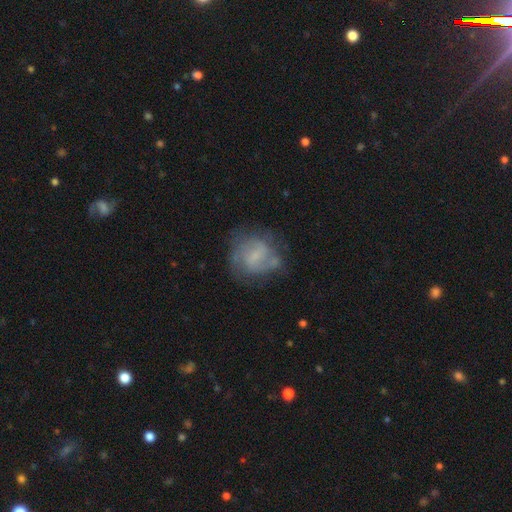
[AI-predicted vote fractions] smooth-or-featured: featured or disk: 58% | smooth: 33% | star or artifact: 9%
  disk-edge-on: no: 97% | yes: 3%
    bar: weak: 49% | no: 40% | strong: 11%
    has-spiral-arms: yes: 71% | no: 29%
    bulge-size: small: 48% | none: 28% | moderate: 20% | large: 3% | dominant: 1%
  merging: none: 57% | minor disturbance: 22% | major disturbance: 15% | merger: 5%